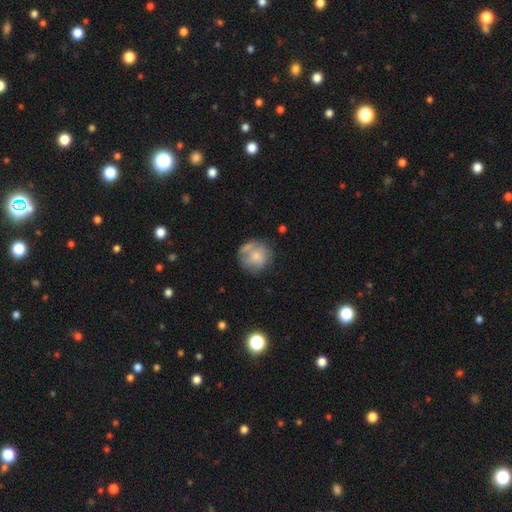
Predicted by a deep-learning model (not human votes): smooth 65%, featured or disk 27%, star or artifact 8%. Down the decision tree: how rounded — round (83%); merging — none (49%).